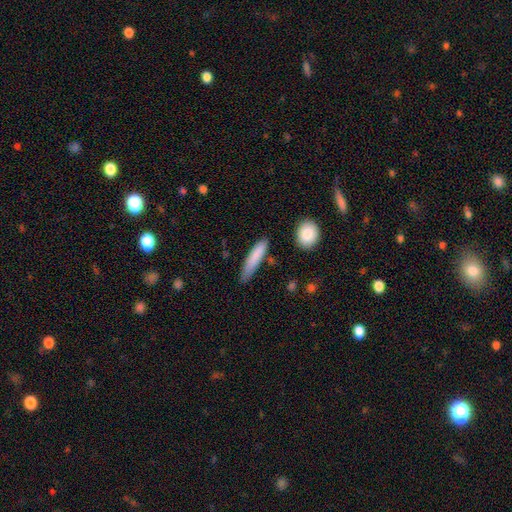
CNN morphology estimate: smooth 81%, featured or disk 13%, star or artifact 7%. Down the decision tree: how rounded — cigar-shaped (86%); merging — none (70%).